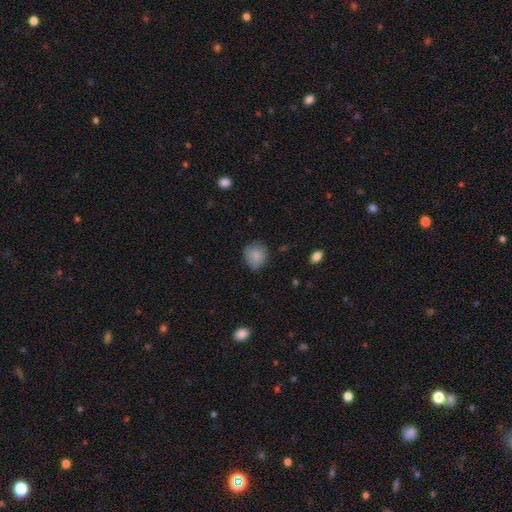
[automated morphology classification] Q: Smooth or featured?
A: smooth (85%); runner-up: star or artifact (8%)
Q: How rounded?
A: round (77%); runner-up: in between (22%)
Q: Merging?
A: none (73%); runner-up: minor disturbance (22%)